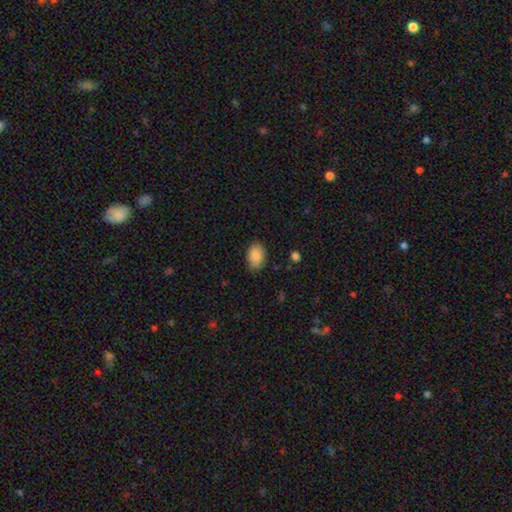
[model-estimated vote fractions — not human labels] A smooth galaxy with no disk features (88%) that is in between round and cigar-shaped (88%).

Vote fractions:
- Smooth or featured? smooth: 88% / star or artifact: 7% / featured or disk: 5%
- How rounded? in between: 88% / round: 11% / cigar-shaped: 1%
- Merging? none: 81% / minor disturbance: 15% / major disturbance: 3% / merger: 1%